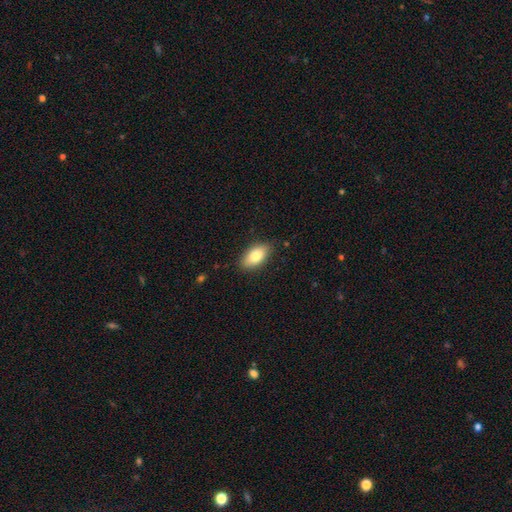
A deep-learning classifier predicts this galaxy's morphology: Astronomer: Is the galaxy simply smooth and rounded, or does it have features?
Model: smooth — 81%.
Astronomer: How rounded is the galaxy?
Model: in between — 91%.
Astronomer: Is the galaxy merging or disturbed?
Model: none — 86%.